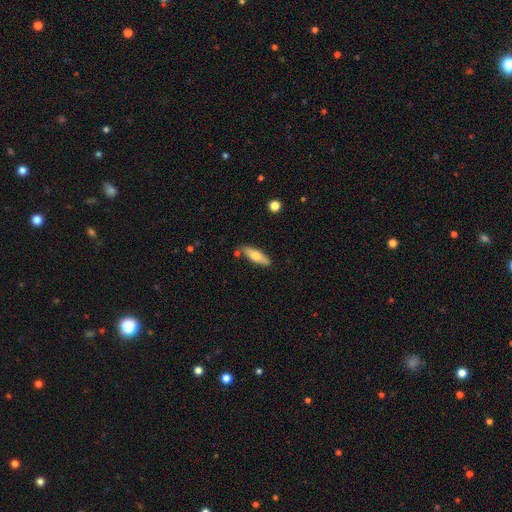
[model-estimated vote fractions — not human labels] A smooth galaxy with no disk features (60%) that is cigar-shaped (59%). Merging: none (83%).